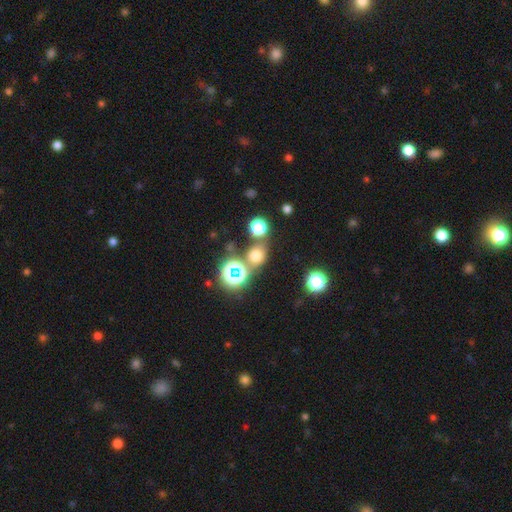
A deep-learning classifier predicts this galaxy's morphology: smooth_or_featured: smooth (p=0.62) [alt: star or artifact p=0.29]
how_rounded: round (p=0.72) [alt: in between p=0.27]
merging: none (p=0.66) [alt: merger p=0.19]